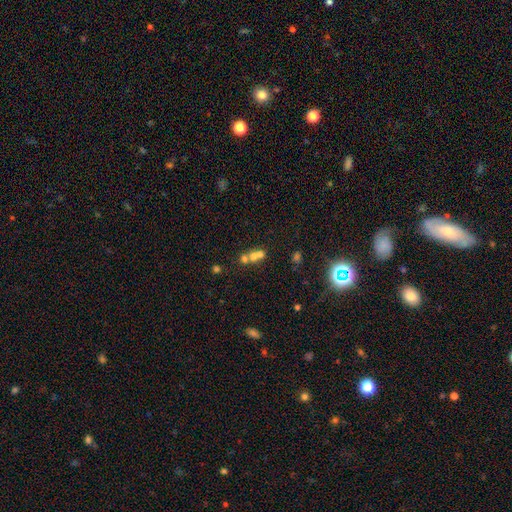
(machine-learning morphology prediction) Smooth or featured?
  - smooth: 56% *
  - featured or disk: 24%
  - star or artifact: 20%
How rounded?
  - round: 72% *
  - in between: 26%
  - cigar-shaped: 2%
Merging?
  - merger: 63% *
  - none: 28%
  - minor disturbance: 6%
  - major disturbance: 4%